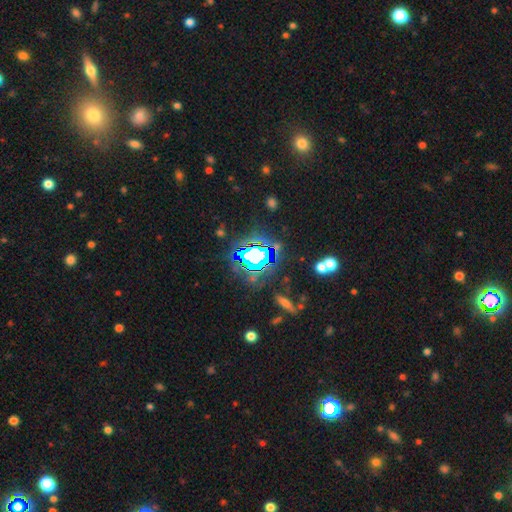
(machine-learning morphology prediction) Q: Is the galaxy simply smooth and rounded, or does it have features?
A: star or artifact — 66%.